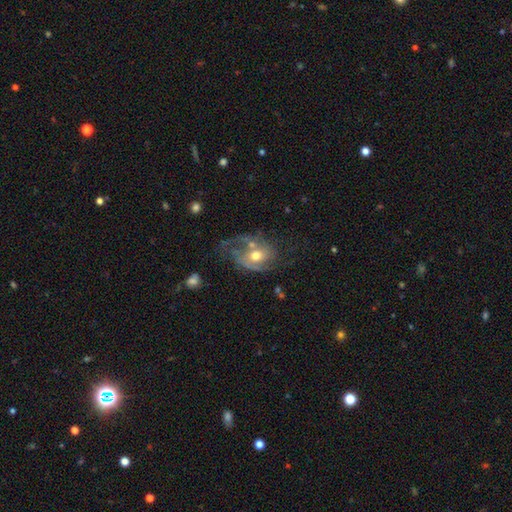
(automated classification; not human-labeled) The model was most divided on "merging": none: 41%, major disturbance: 28%, minor disturbance: 22%, merger: 9%. Remaining: edge-on disk — no (97%); spiral arms — yes (86%); smooth or featured — featured or disk (76%); bulge size — moderate (73%); bar — no (68%); spiral arm count — 2 (62%); spiral winding — medium (44%).